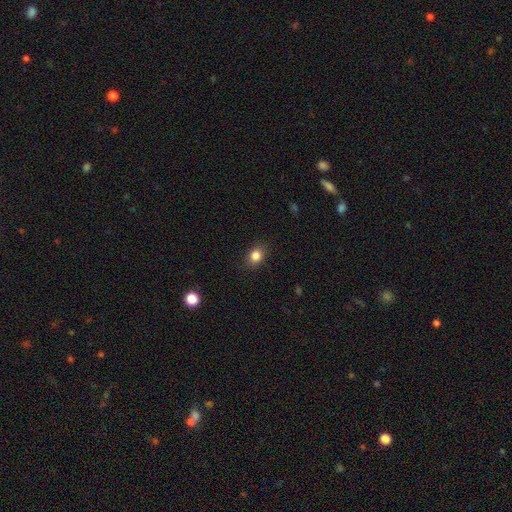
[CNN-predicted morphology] A smooth galaxy with no disk features (84%) that is in between round and cigar-shaped (56%).

Vote fractions:
- Smooth or featured? smooth: 84% / star or artifact: 10% / featured or disk: 6%
- How rounded? in between: 56% / round: 43% / cigar-shaped: 1%
- Merging? none: 87% / minor disturbance: 10% / major disturbance: 2% / merger: 1%